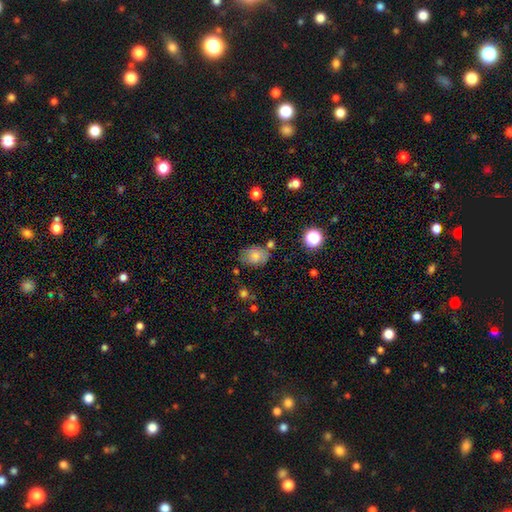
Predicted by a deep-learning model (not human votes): Smooth or featured?
  - smooth: 71% *
  - featured or disk: 17%
  - star or artifact: 12%
How rounded?
  - in between: 73% *
  - round: 26%
  - cigar-shaped: 1%
Merging?
  - none: 56% *
  - minor disturbance: 26%
  - major disturbance: 10%
  - merger: 8%